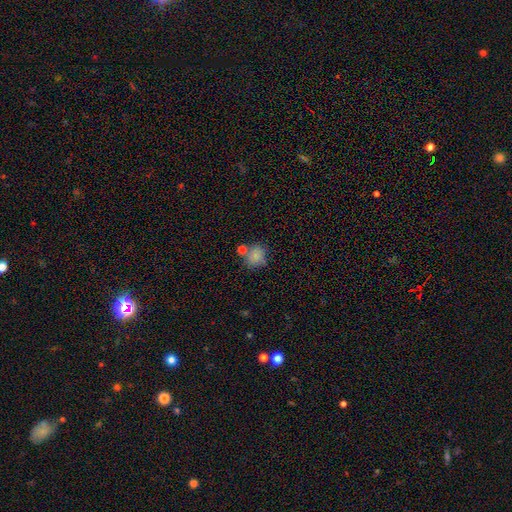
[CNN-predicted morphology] Q: Smooth or featured?
A: smooth (81%); runner-up: star or artifact (10%)
Q: How rounded?
A: round (75%); runner-up: in between (24%)
Q: Merging?
A: none (54%); runner-up: merger (26%)